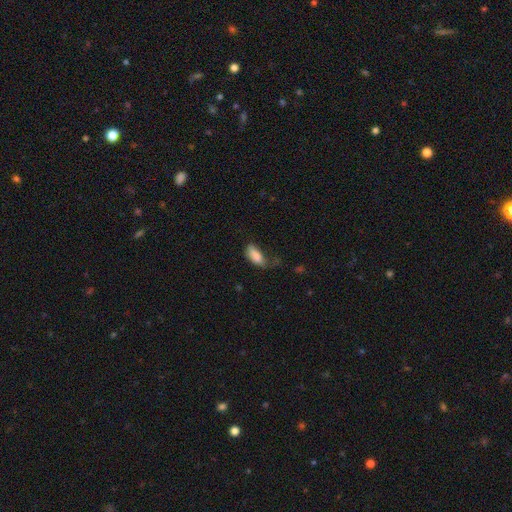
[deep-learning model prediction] smooth 83%, featured or disk 9%, star or artifact 8%. Down the decision tree: how rounded — in between (86%); merging — none (37%).